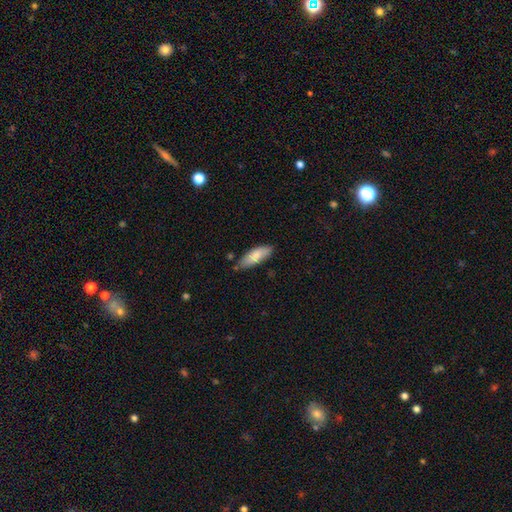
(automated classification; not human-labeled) Smooth or featured: smooth — 81% (featured or disk — 13%)
How rounded: in between — 65% (cigar-shaped — 34%)
Merging: none — 75% (minor disturbance — 18%)